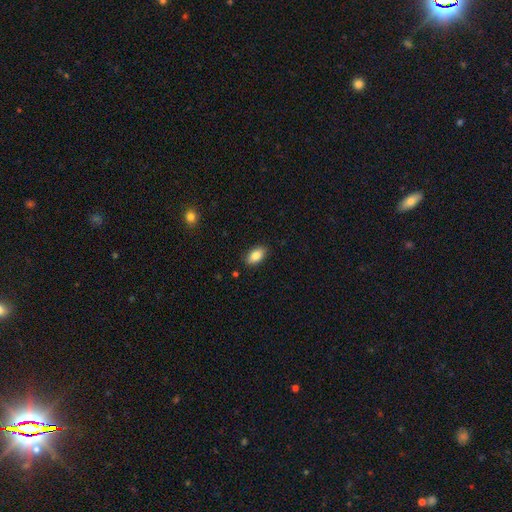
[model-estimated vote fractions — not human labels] A smooth galaxy with no disk features (85%) that is in between round and cigar-shaped (92%).

Vote fractions:
- Smooth or featured? smooth: 85% / featured or disk: 8% / star or artifact: 7%
- How rounded? in between: 92% / round: 5% / cigar-shaped: 4%
- Merging? none: 88% / minor disturbance: 8% / major disturbance: 2% / merger: 1%